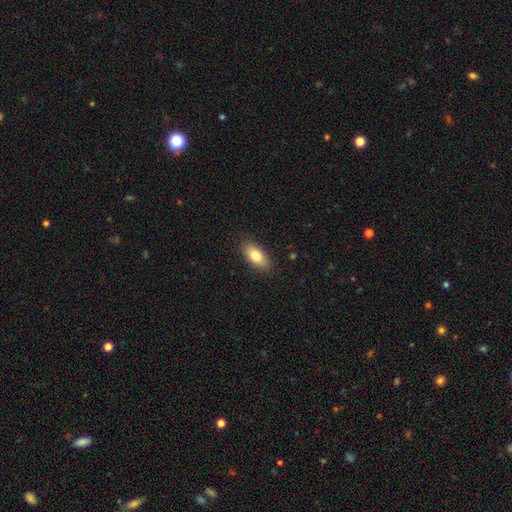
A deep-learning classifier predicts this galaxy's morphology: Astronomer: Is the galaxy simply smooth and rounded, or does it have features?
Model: smooth — 81%.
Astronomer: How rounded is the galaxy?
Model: in between — 88%.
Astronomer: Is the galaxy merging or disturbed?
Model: none — 88%.